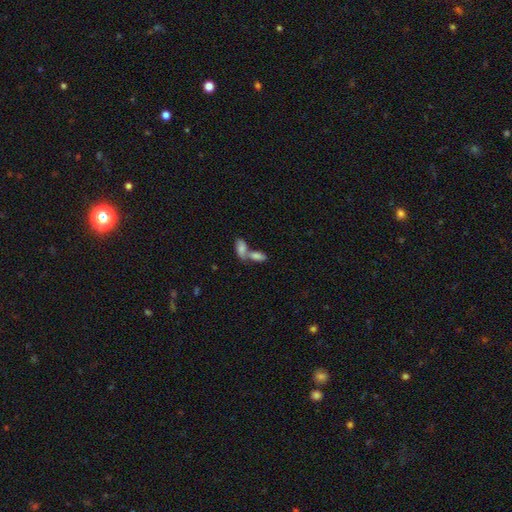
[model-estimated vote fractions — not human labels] This is likely a smooth galaxy (68%). How rounded: clearly in between (84%). Merging: likely merger (61%).